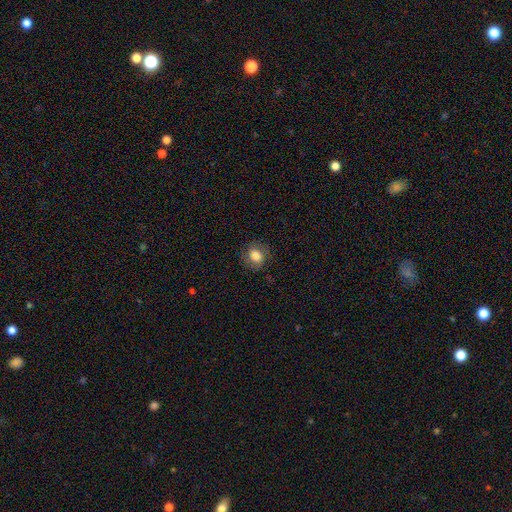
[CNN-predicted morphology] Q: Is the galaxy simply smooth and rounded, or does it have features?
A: smooth — 78%.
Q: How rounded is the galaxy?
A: round — 57%.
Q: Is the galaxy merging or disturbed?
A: none — 79%.